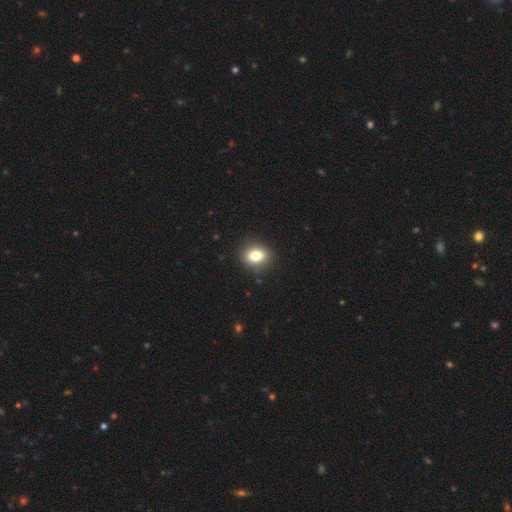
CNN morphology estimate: Q: Smooth or featured?
A: smooth (80%); runner-up: star or artifact (11%)
Q: How rounded?
A: round (56%); runner-up: in between (43%)
Q: Merging?
A: none (88%); runner-up: minor disturbance (8%)